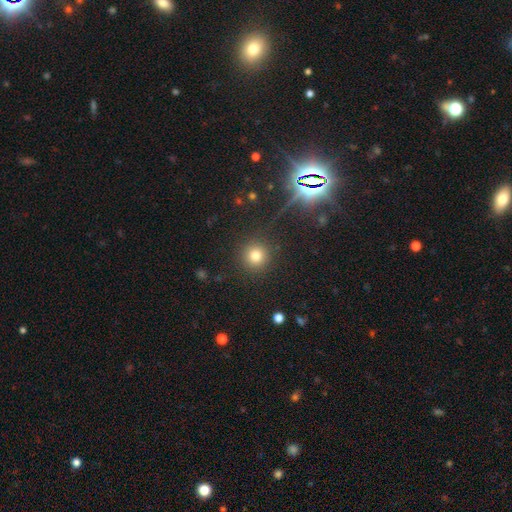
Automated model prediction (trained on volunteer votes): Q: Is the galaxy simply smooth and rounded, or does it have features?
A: smooth — 76%.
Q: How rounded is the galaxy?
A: round — 93%.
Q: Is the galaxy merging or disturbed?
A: none — 89%.